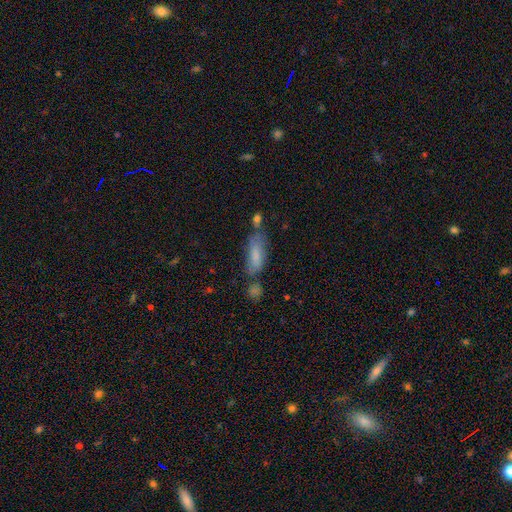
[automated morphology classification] Smooth or featured? Predicted: smooth (p=0.74). How rounded? Predicted: in between (p=0.62). Merging? Predicted: none (p=0.51).